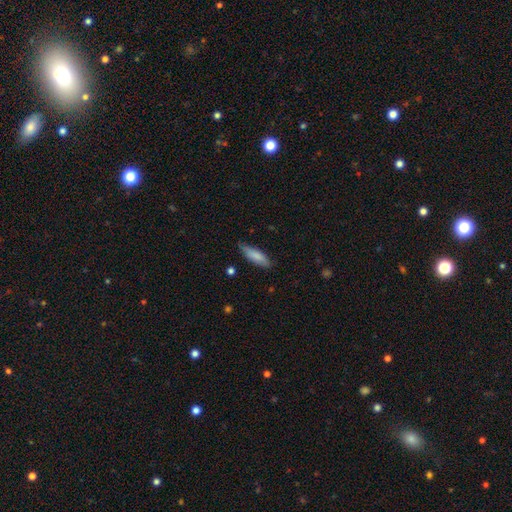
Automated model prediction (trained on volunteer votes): smooth_or_featured: smooth (p=0.81) [alt: featured or disk p=0.13]
how_rounded: cigar-shaped (p=0.54) [alt: in between p=0.45]
merging: none (p=0.74) [alt: minor disturbance p=0.21]